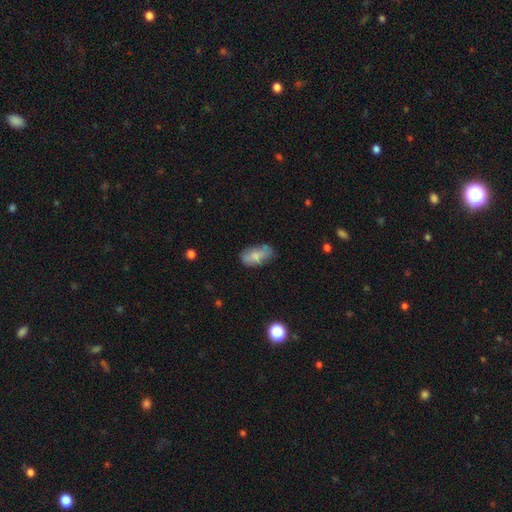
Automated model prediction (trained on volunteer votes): smooth 71%, featured or disk 22%, star or artifact 7%. Down the decision tree: how rounded — in between (92%); merging — none (67%).